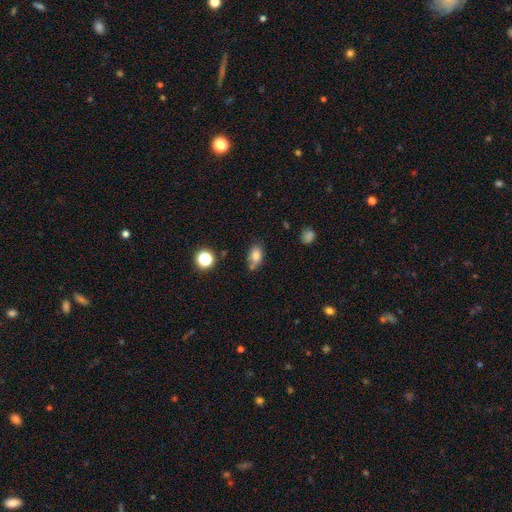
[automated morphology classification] Overall: smooth (80%). How rounded: in between (81%). Merging: none (57%; minor disturbance 26%).